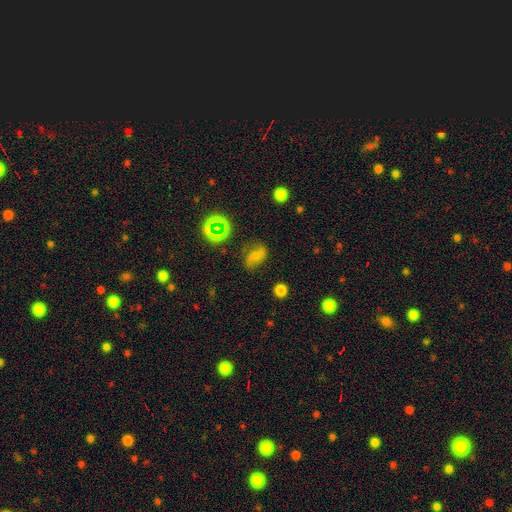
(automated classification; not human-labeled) A smooth galaxy with no disk features (43%).

Vote fractions:
- Smooth or featured? smooth: 43% / featured or disk: 38% / star or artifact: 19%
- Merging? none: 66% / minor disturbance: 21% / major disturbance: 11% / merger: 3%